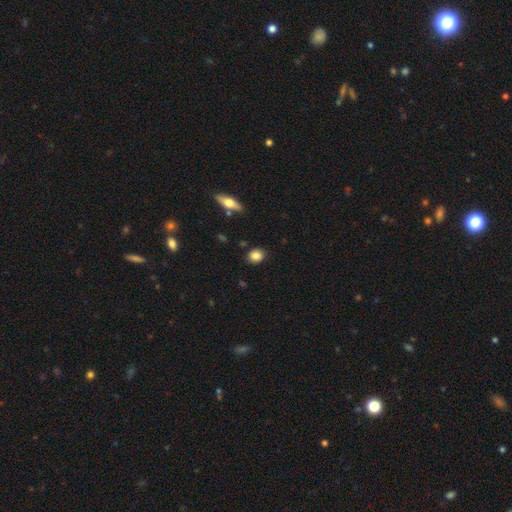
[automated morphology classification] Smooth or featured?
  - smooth: 85% *
  - star or artifact: 8%
  - featured or disk: 6%
How rounded?
  - round: 57% *
  - in between: 41%
  - cigar-shaped: 2%
Merging?
  - none: 86% *
  - minor disturbance: 10%
  - major disturbance: 2%
  - merger: 2%